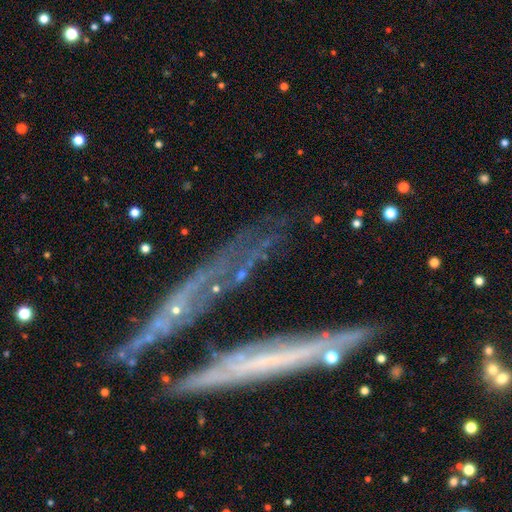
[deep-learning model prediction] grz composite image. It shows a featured or disk galaxy (67%) viewed edge-on (65%). Merging: none (66%).